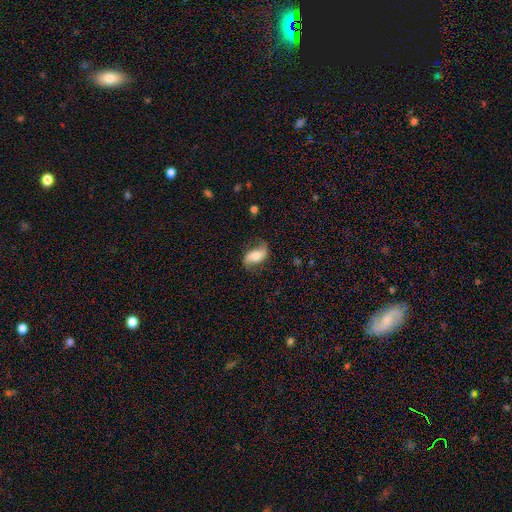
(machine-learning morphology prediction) Overall: featured or disk (68%). Edge-on disk: no (95%). Bar: no (50%; weak 32%). Spiral arms: yes (93%). Spiral arm count: 2 (91%). Spiral winding: loose (72%). Bulge size: moderate (41%; small 23%). Merging: none (71%).